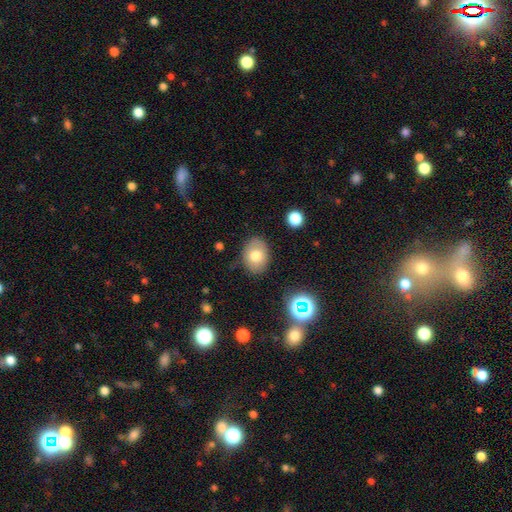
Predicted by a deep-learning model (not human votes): smooth_or_featured: smooth (p=0.74) [alt: featured or disk p=0.16]
how_rounded: in between (p=0.67) [alt: round p=0.32]
merging: none (p=0.83) [alt: minor disturbance p=0.12]